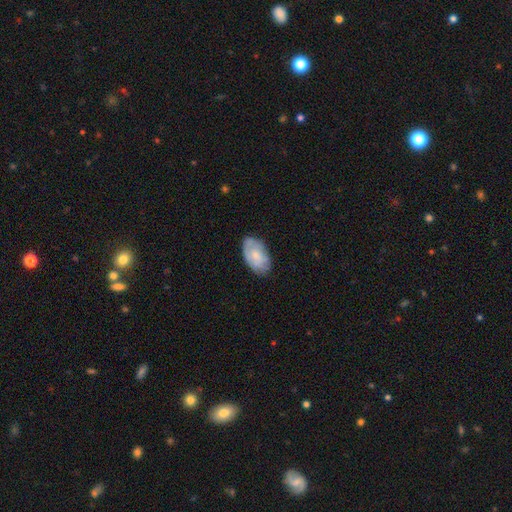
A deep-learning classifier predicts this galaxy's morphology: A smooth galaxy with no disk features (59%) that is in between round and cigar-shaped (93%).

Vote fractions:
- Smooth or featured? smooth: 59% / featured or disk: 35% / star or artifact: 6%
- How rounded? in between: 93% / round: 6% / cigar-shaped: 1%
- Merging? none: 71% / minor disturbance: 23% / major disturbance: 5% / merger: 1%